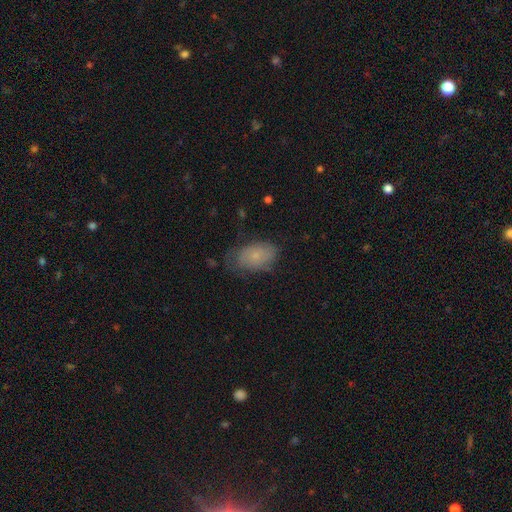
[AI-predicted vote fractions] Morphology: type=smooth (65%); roundness=in between (90%); merging=none (58%).